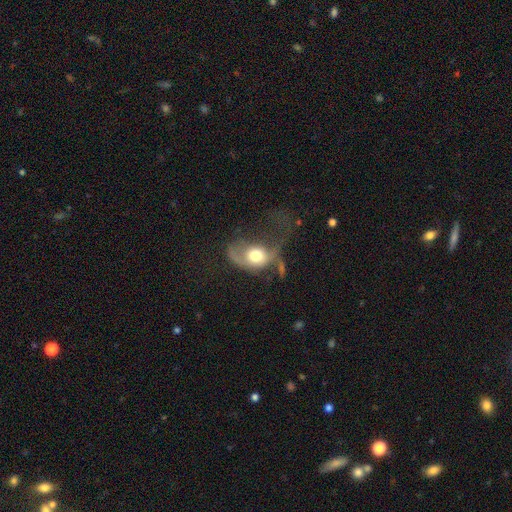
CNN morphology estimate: smooth 48%, featured or disk 45%, star or artifact 8%. Down the decision tree: merging — major disturbance (55%).